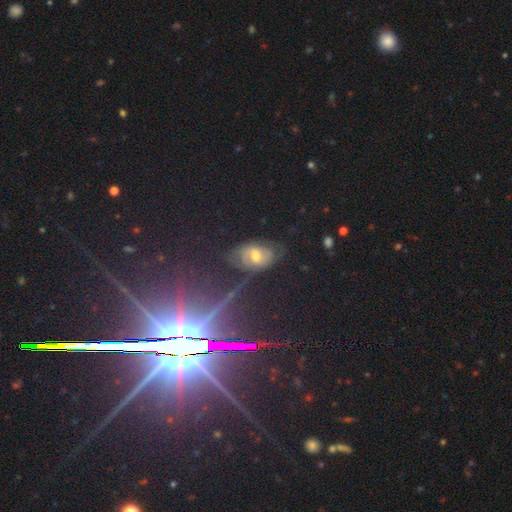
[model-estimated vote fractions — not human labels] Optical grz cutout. It shows a star or artifact, not a galaxy (46%).